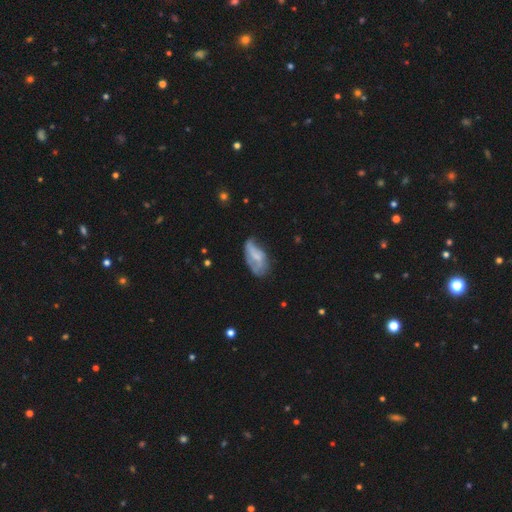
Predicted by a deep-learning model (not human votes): Smooth or featured? featured or disk (48%)
Merging? none (39%)